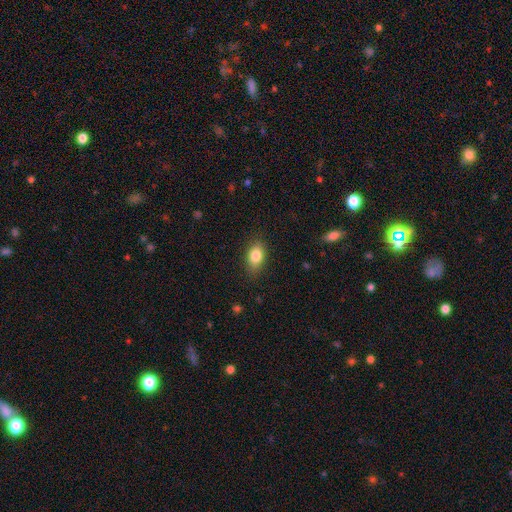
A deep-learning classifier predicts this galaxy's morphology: Smooth or featured?
  - smooth: 83% *
  - featured or disk: 8%
  - star or artifact: 8%
How rounded?
  - in between: 86% *
  - round: 11%
  - cigar-shaped: 3%
Merging?
  - none: 83% *
  - minor disturbance: 13%
  - major disturbance: 3%
  - merger: 1%